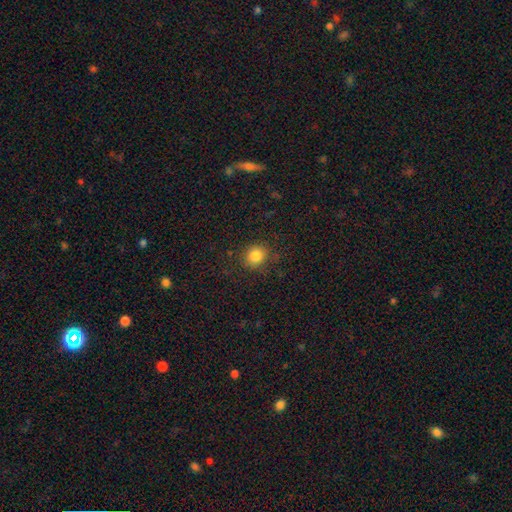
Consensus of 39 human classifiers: Morphology: type=smooth (87%); roundness=round (91%); merging=none (84%).